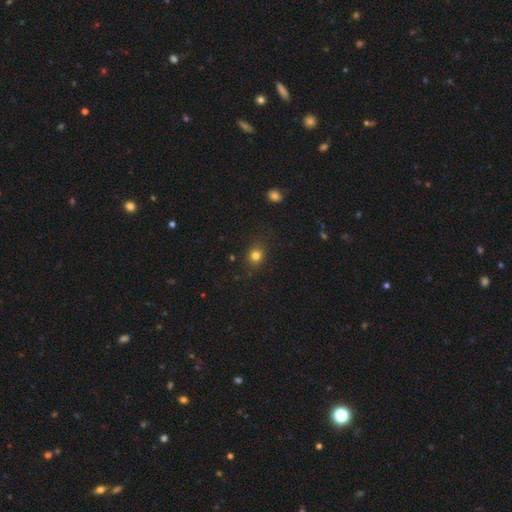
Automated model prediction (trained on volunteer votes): smooth 78%, star or artifact 15%, featured or disk 7%. Down the decision tree: how rounded — round (72%); merging — none (82%).